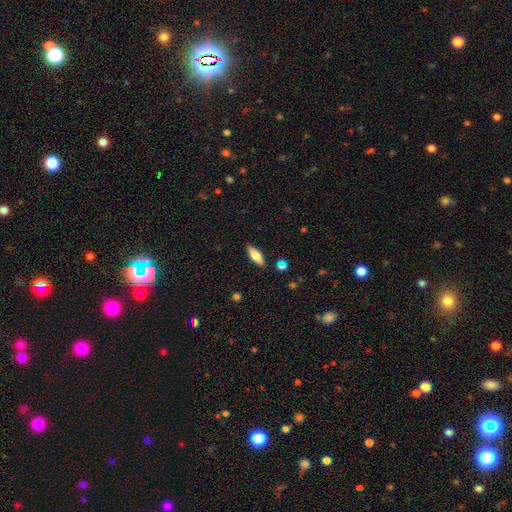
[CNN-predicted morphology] Smooth or featured? Predicted: smooth (p=0.68). How rounded? Predicted: in between (p=0.65). Merging? Predicted: none (p=0.87).